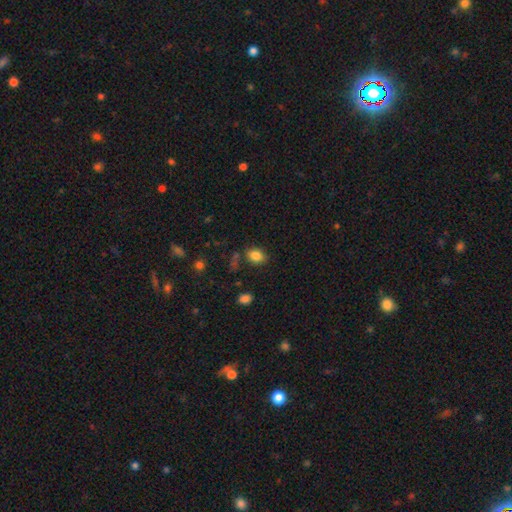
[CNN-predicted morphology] Q: Smooth or featured?
A: smooth (84%); runner-up: star or artifact (10%)
Q: How rounded?
A: in between (70%); runner-up: round (29%)
Q: Merging?
A: none (76%); runner-up: minor disturbance (14%)